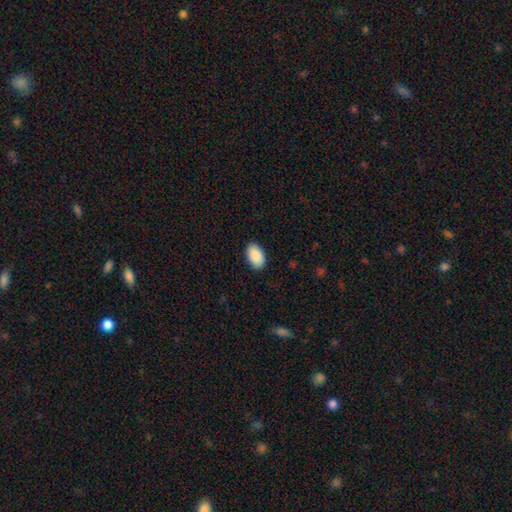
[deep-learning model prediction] This is clearly a smooth galaxy (90%). How rounded: clearly in between (94%). Merging: clearly none (89%).